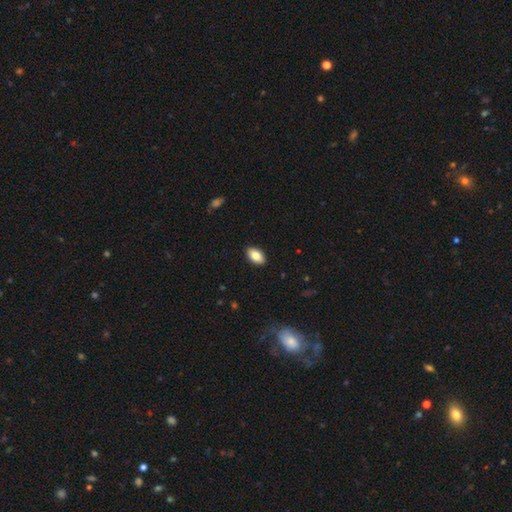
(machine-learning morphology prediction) This appears to be a smooth galaxy with no disk features (83%) that is in between round and cigar-shaped (93%). Merging: none (90%).